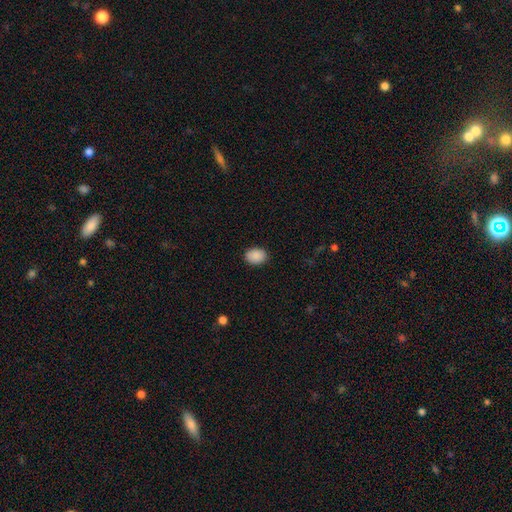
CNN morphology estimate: A smooth galaxy with no disk features (90%) that is in between round and cigar-shaped (69%). Merging: none (89%).